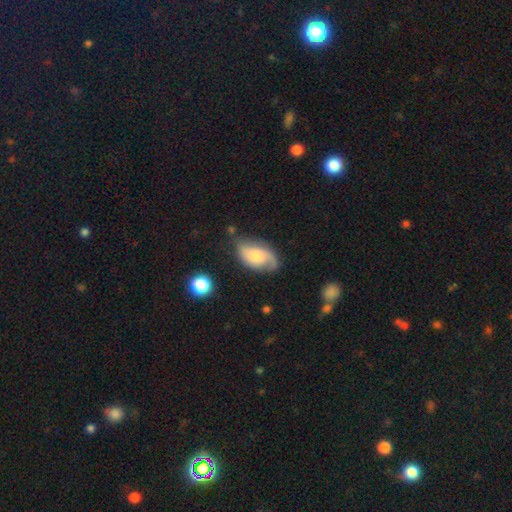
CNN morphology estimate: Overall: featured or disk (55%; smooth 38%). Edge-on disk: no (95%). Bar: no (69%). Spiral arms: yes (87%). Bulge size: moderate (41%; small 37%). Merging: none (55%; minor disturbance 28%).